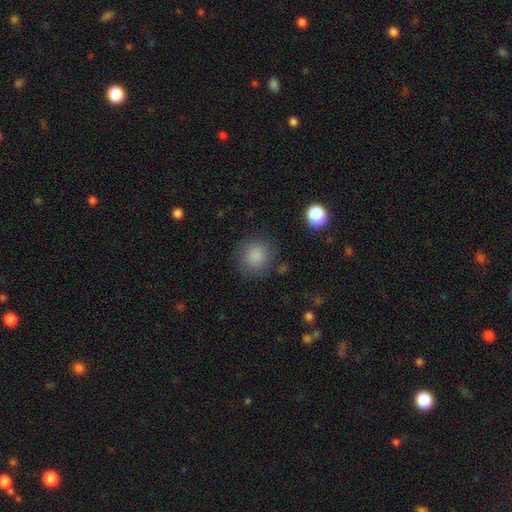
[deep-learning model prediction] Smooth or featured?
  - smooth: 85% *
  - star or artifact: 10%
  - featured or disk: 4%
How rounded?
  - round: 90% *
  - in between: 9%
  - cigar-shaped: 1%
Merging?
  - none: 83% *
  - minor disturbance: 10%
  - major disturbance: 5%
  - merger: 2%